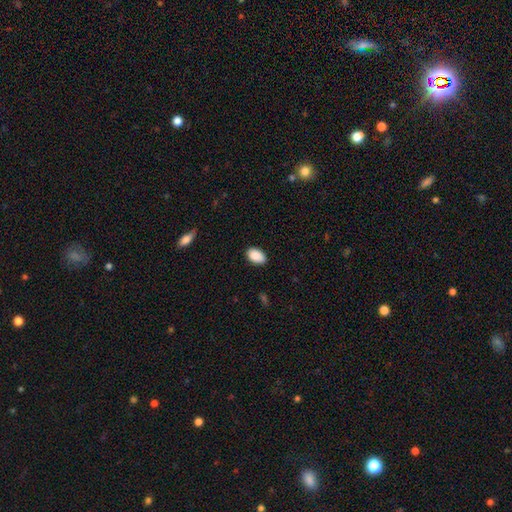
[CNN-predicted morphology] smooth 89%, star or artifact 7%, featured or disk 4%. Down the decision tree: how rounded — in between (91%); merging — none (86%).